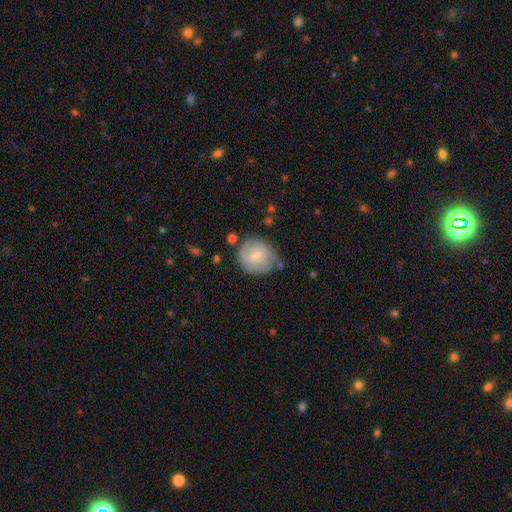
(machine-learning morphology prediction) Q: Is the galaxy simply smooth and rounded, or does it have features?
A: smooth — 62%.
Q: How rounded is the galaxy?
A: round — 85%.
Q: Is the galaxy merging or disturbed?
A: none — 67%.